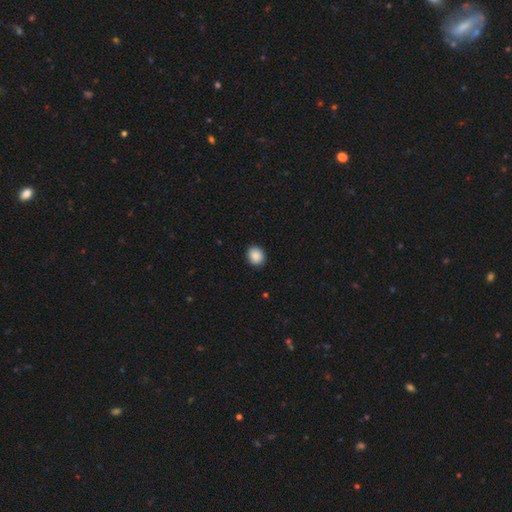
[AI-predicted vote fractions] Smooth or featured: smooth — 88% (star or artifact — 8%)
How rounded: round — 69% (in between — 30%)
Merging: none — 90% (minor disturbance — 7%)